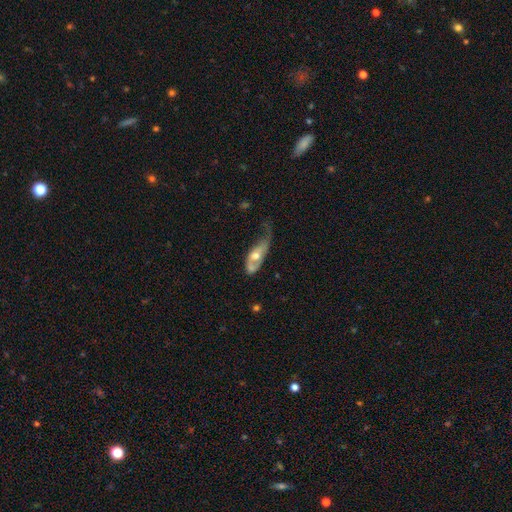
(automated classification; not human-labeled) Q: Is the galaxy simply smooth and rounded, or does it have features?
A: featured or disk — 51%.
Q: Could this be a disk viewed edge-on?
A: no — 84%.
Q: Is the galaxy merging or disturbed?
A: major disturbance — 45%.